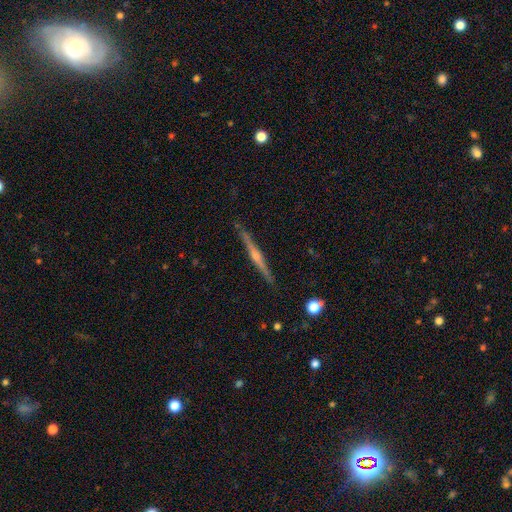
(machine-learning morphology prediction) Smooth or featured? Predicted: featured or disk (p=0.80). Edge-on disk? Predicted: yes (p=0.98). Edge-on bulge? Predicted: rounded (p=0.83). Merging? Predicted: none (p=0.90).